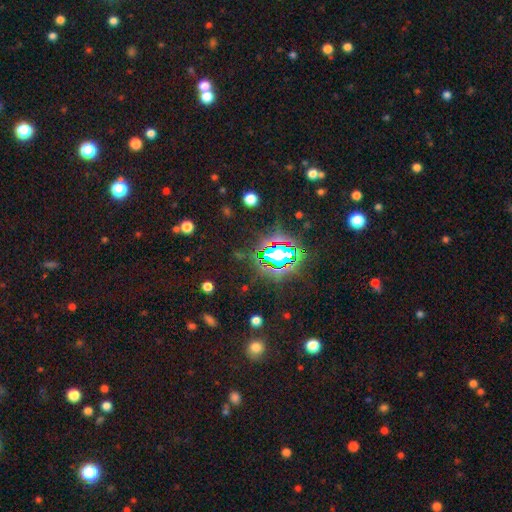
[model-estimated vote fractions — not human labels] This appears to be a star or artifact, not a galaxy (77%).